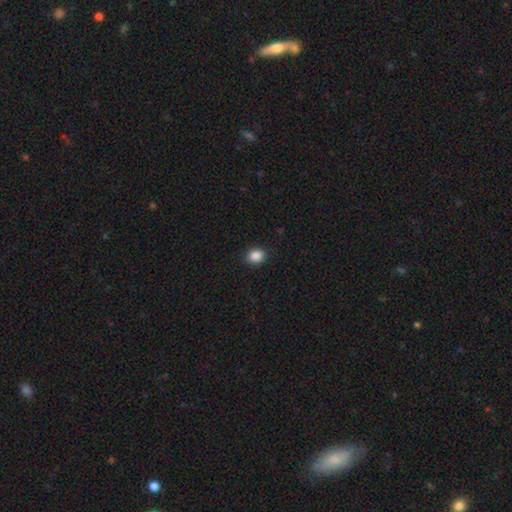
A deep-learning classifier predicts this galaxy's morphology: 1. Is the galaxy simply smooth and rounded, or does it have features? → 88% smooth, 9% star or artifact, 3% featured or disk.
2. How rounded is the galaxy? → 51% round, 48% in between, 1% cigar-shaped.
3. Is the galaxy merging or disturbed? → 89% none, 8% minor disturbance, 2% major disturbance, 1% merger.